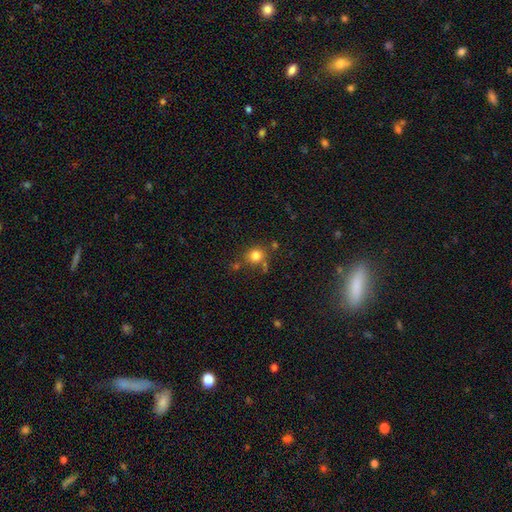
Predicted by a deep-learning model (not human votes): Smooth or featured? Predicted: smooth (p=0.80). How rounded? Predicted: round (p=0.85). Merging? Predicted: none (p=0.72).